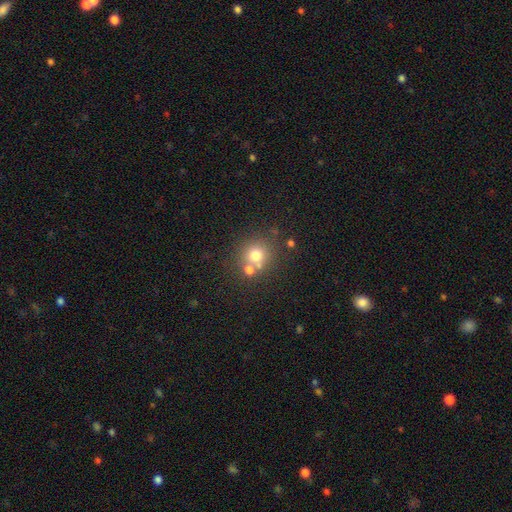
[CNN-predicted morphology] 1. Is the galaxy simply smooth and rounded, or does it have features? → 71% smooth, 15% star or artifact, 14% featured or disk.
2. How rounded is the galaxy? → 86% round, 13% in between, 1% cigar-shaped.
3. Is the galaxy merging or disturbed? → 60% none, 27% merger, 9% minor disturbance, 4% major disturbance.